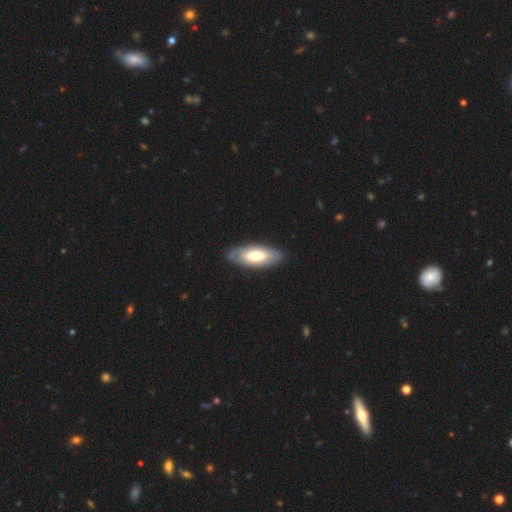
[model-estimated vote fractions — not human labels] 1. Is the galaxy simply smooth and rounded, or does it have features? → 52% smooth, 44% featured or disk, 5% star or artifact.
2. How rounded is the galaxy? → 84% in between, 14% cigar-shaped, 2% round.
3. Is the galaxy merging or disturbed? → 83% none, 13% minor disturbance, 3% major disturbance, 1% merger.